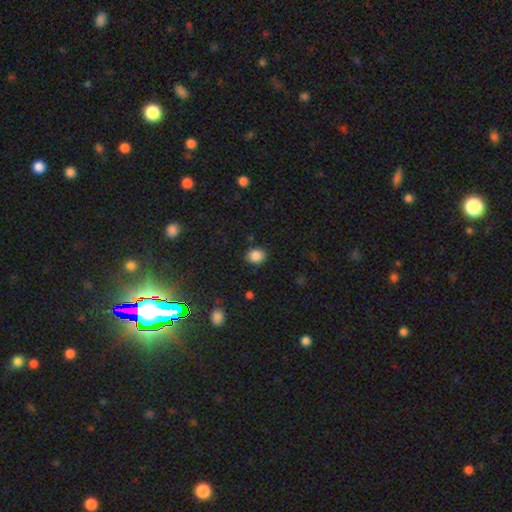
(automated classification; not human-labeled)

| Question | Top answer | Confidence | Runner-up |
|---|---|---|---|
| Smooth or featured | smooth | 86% | star or artifact (10%) |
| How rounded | round | 58% | in between (41%) |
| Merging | none | 87% | minor disturbance (9%) |